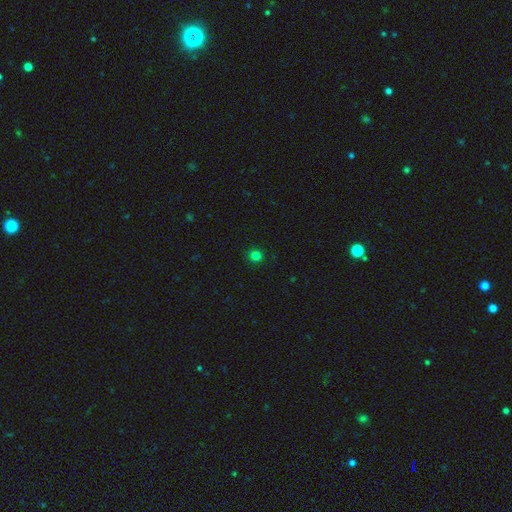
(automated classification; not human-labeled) The model was most divided on "smooth or featured": smooth: 80%, star or artifact: 16%, featured or disk: 4%. More confident: merging — none (92%); how rounded — round (91%).